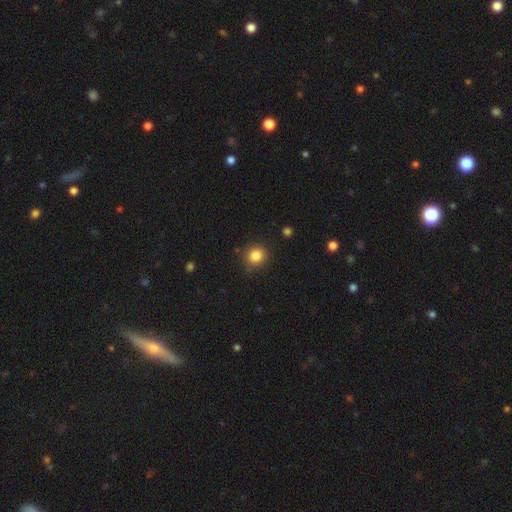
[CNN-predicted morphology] smooth_or_featured: smooth (p=0.84) [alt: star or artifact p=0.11]
how_rounded: round (p=0.83) [alt: in between p=0.17]
merging: none (p=0.84) [alt: minor disturbance p=0.11]